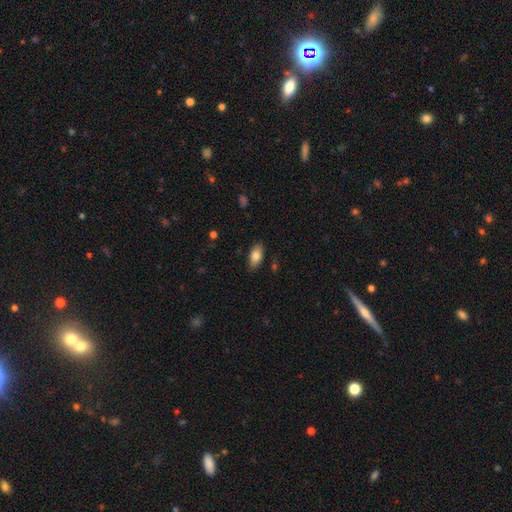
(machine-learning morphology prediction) A smooth galaxy with no disk features (81%) that is in between round and cigar-shaped (92%). Merging: none (86%).